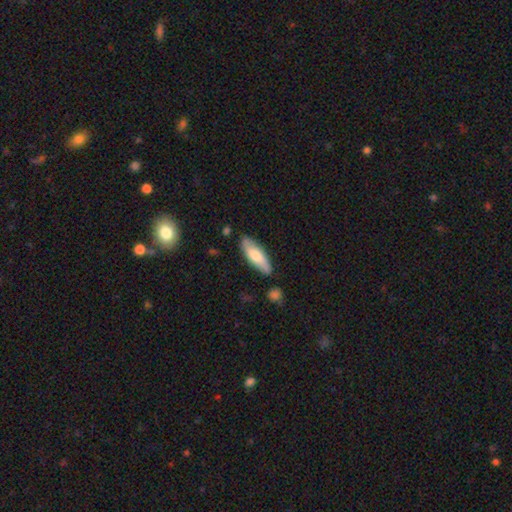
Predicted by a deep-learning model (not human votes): Smooth or featured: smooth — 69% (featured or disk — 25%)
How rounded: in between — 60% (cigar-shaped — 38%)
Merging: none — 80% (minor disturbance — 14%)